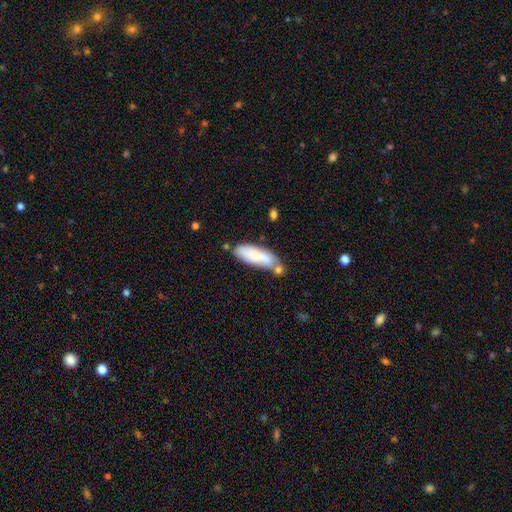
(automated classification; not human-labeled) Smooth or featured?
  - smooth: 71% *
  - featured or disk: 22%
  - star or artifact: 7%
How rounded?
  - in between: 57% *
  - cigar-shaped: 41%
  - round: 2%
Merging?
  - none: 49% *
  - minor disturbance: 25%
  - merger: 18%
  - major disturbance: 7%